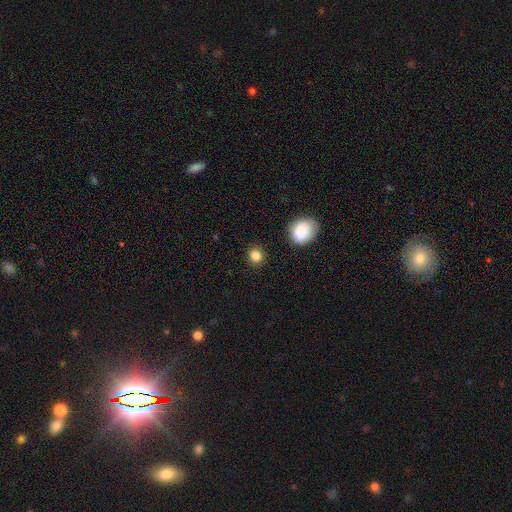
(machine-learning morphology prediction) smooth_or_featured: smooth (p=0.84) [alt: star or artifact p=0.11]
how_rounded: round (p=0.83) [alt: in between p=0.16]
merging: none (p=0.89) [alt: minor disturbance p=0.07]